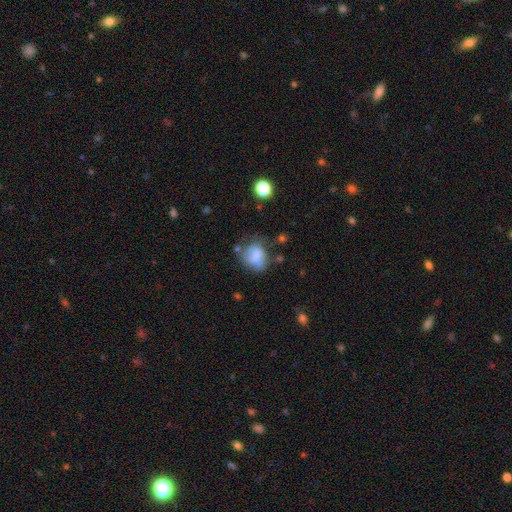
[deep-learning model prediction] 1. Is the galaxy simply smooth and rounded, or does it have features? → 65% smooth, 25% featured or disk, 10% star or artifact.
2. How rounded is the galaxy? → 55% round, 44% in between, 1% cigar-shaped.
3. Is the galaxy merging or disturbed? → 46% none, 28% minor disturbance, 17% major disturbance, 9% merger.